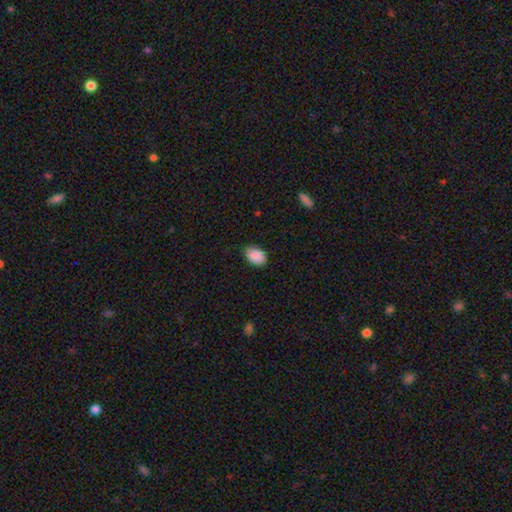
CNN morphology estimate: Overall: smooth (88%). How rounded: in between (83%). Merging: none (80%).